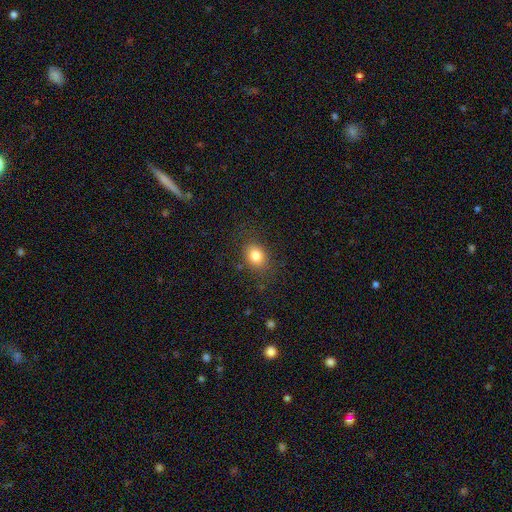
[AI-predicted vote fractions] smooth 81%, star or artifact 11%, featured or disk 8%. Down the decision tree: how rounded — in between (57%); merging — none (82%).